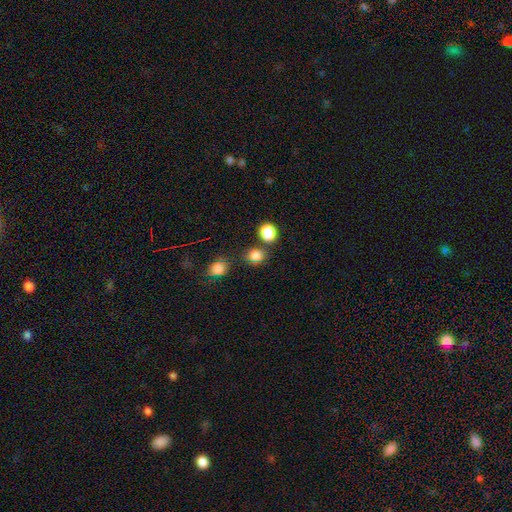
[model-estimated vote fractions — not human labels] A smooth galaxy with no disk features (80%) that is round (70%).

Vote fractions:
- Smooth or featured? smooth: 80% / star or artifact: 16% / featured or disk: 4%
- How rounded? round: 70% / in between: 29% / cigar-shaped: 1%
- Merging? none: 72% / merger: 12% / minor disturbance: 11% / major disturbance: 4%